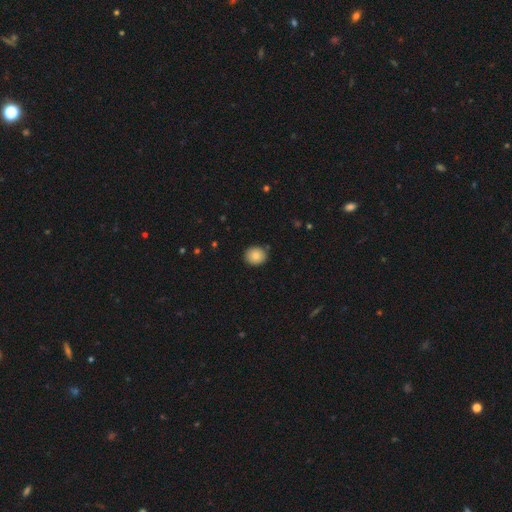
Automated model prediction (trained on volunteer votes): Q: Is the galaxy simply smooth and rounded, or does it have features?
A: smooth — 83%.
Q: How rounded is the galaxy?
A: round — 80%.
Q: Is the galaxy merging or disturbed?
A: none — 89%.